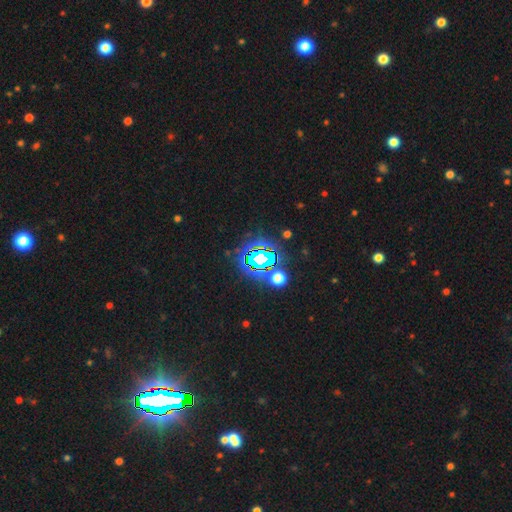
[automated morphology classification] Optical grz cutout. It shows a star or artifact, not a galaxy (83%).